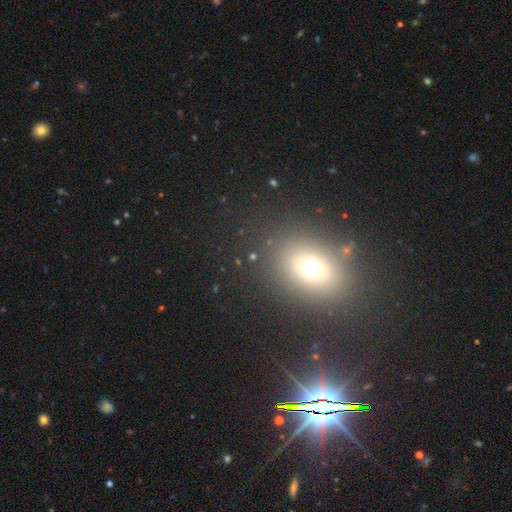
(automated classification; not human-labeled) Smooth or featured? Predicted: smooth (p=0.49). Merging? Predicted: none (p=0.85).